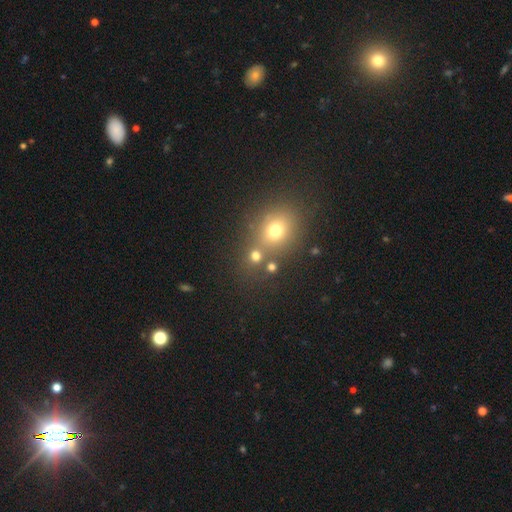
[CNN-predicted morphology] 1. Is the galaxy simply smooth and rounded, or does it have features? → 68% smooth, 22% star or artifact, 10% featured or disk.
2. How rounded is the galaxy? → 81% round, 17% in between, 1% cigar-shaped.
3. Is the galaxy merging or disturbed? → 64% none, 24% merger, 8% minor disturbance, 4% major disturbance.